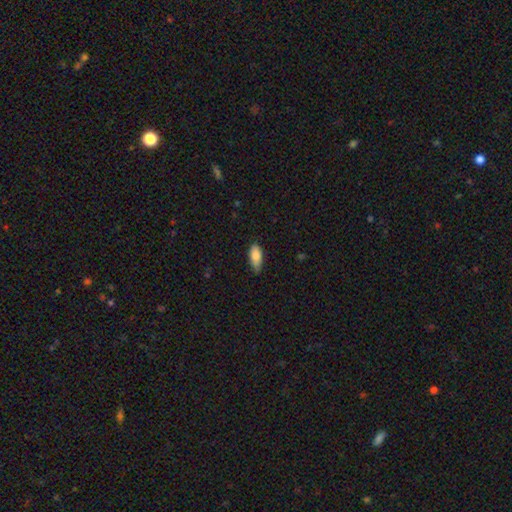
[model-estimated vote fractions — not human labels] A smooth galaxy with no disk features (84%) that is in between round and cigar-shaped (84%). Merging: none (69%).